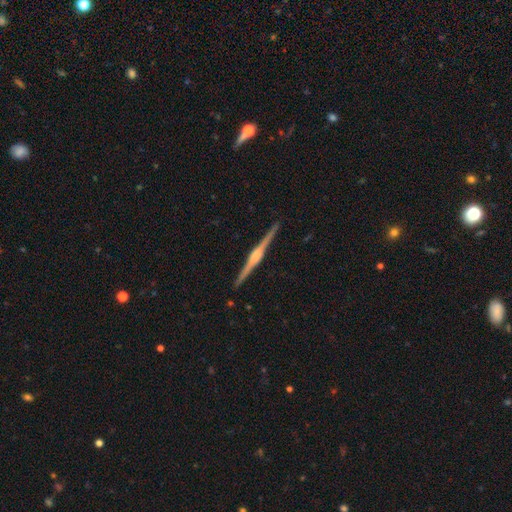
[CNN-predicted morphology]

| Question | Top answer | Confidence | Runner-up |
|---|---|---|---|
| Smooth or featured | featured or disk | 87% | smooth (8%) |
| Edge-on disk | yes | 99% | no (1%) |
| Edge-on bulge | rounded | 71% | boxy (22%) |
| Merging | none | 93% | minor disturbance (5%) |